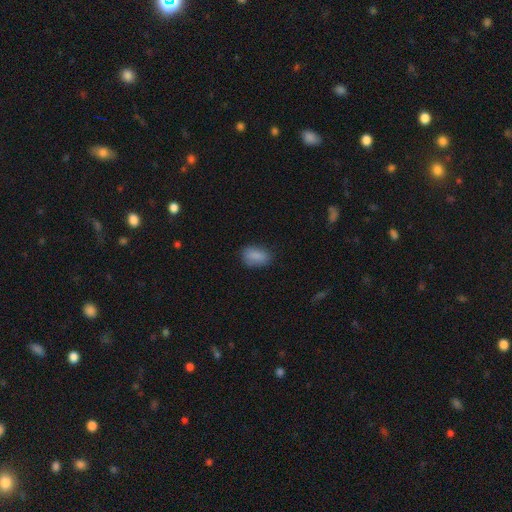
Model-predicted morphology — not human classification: Q: Smooth or featured?
A: smooth (87%); runner-up: star or artifact (8%)
Q: How rounded?
A: in between (88%); runner-up: round (10%)
Q: Merging?
A: none (78%); runner-up: minor disturbance (17%)